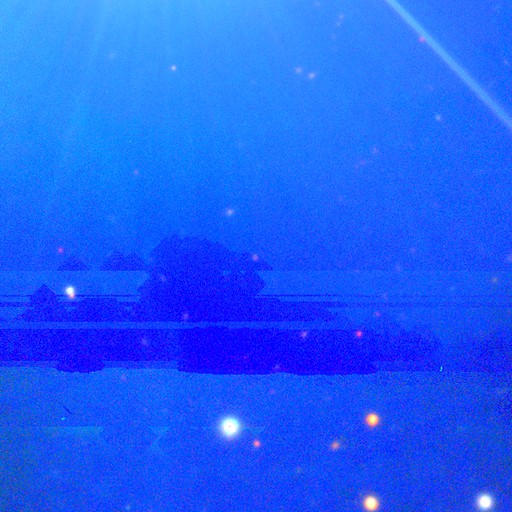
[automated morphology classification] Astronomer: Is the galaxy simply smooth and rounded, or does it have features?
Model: star or artifact — 81%.